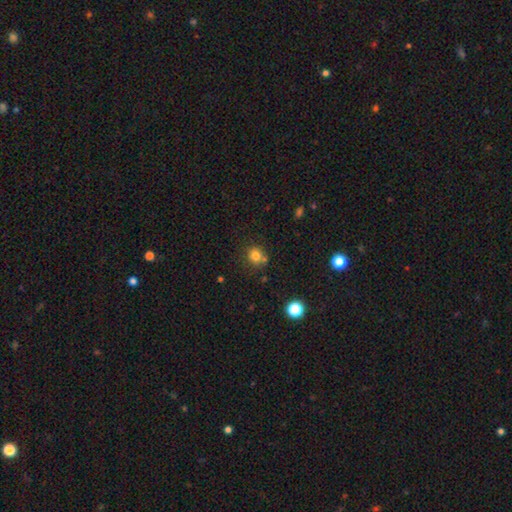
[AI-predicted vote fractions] Overall: smooth (78%). How rounded: round (83%). Merging: none (65%).